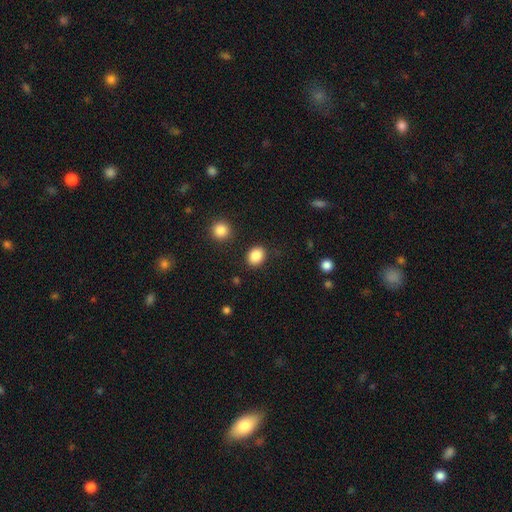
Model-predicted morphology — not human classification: Smooth or featured?
  - smooth: 87% *
  - star or artifact: 9%
  - featured or disk: 5%
How rounded?
  - round: 59% *
  - in between: 40%
  - cigar-shaped: 1%
Merging?
  - none: 88% *
  - minor disturbance: 7%
  - major disturbance: 3%
  - merger: 2%